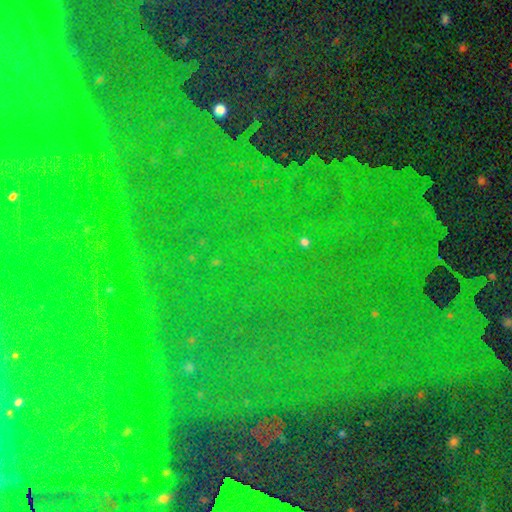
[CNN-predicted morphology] Q: Smooth or featured?
A: star or artifact (84%); runner-up: smooth (8%)